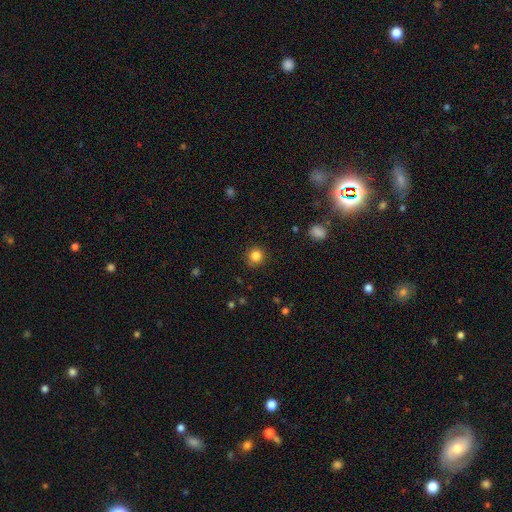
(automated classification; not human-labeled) A smooth galaxy with no disk features (84%) that is round (93%).

Vote fractions:
- Smooth or featured? smooth: 84% / star or artifact: 12% / featured or disk: 5%
- How rounded? round: 93% / in between: 6% / cigar-shaped: 1%
- Merging? none: 88% / minor disturbance: 8% / major disturbance: 2% / merger: 1%